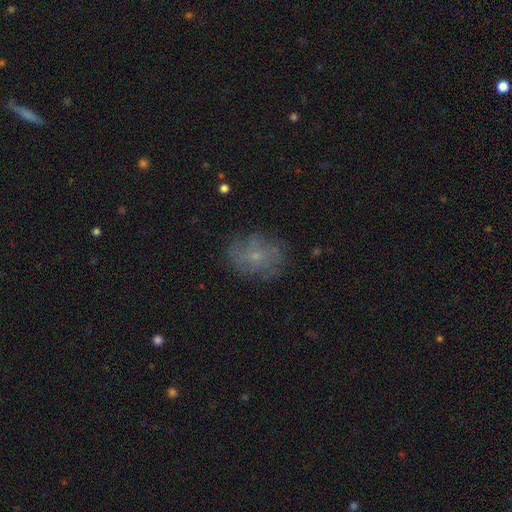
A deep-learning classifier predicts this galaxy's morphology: Smooth or featured? featured or disk (43%)
Merging? none (74%)